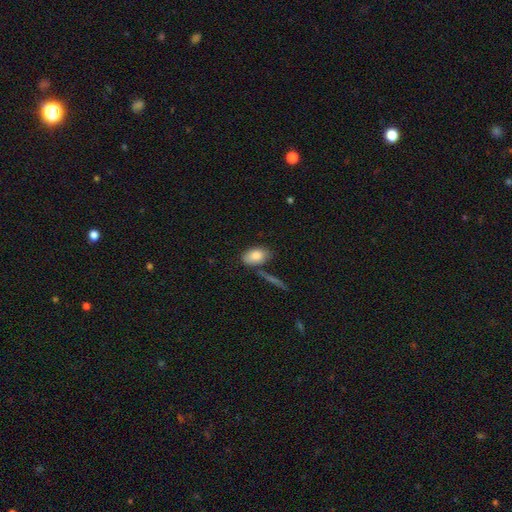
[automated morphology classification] Smooth or featured?
  - smooth: 82% *
  - featured or disk: 11%
  - star or artifact: 7%
How rounded?
  - in between: 89% *
  - round: 8%
  - cigar-shaped: 3%
Merging?
  - none: 65% *
  - minor disturbance: 19%
  - merger: 11%
  - major disturbance: 5%